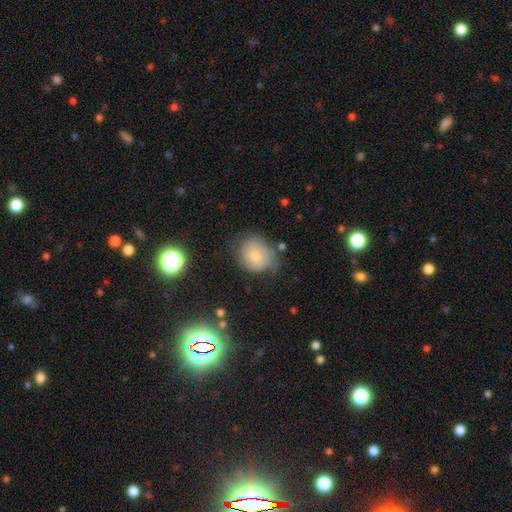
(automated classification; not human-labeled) Smooth or featured?
  - smooth: 65% *
  - featured or disk: 26%
  - star or artifact: 9%
How rounded?
  - round: 69% *
  - in between: 30%
  - cigar-shaped: 1%
Merging?
  - none: 52% *
  - minor disturbance: 32%
  - major disturbance: 12%
  - merger: 3%